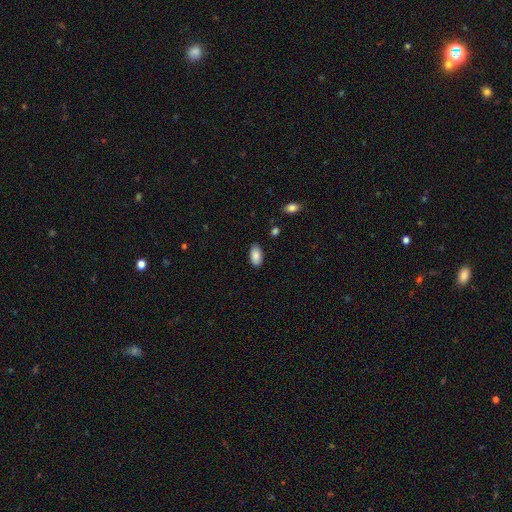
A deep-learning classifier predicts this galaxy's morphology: smooth_or_featured: smooth (p=0.88) [alt: star or artifact p=0.07]
how_rounded: in between (p=0.95) [alt: cigar-shaped p=0.03]
merging: none (p=0.86) [alt: minor disturbance p=0.10]